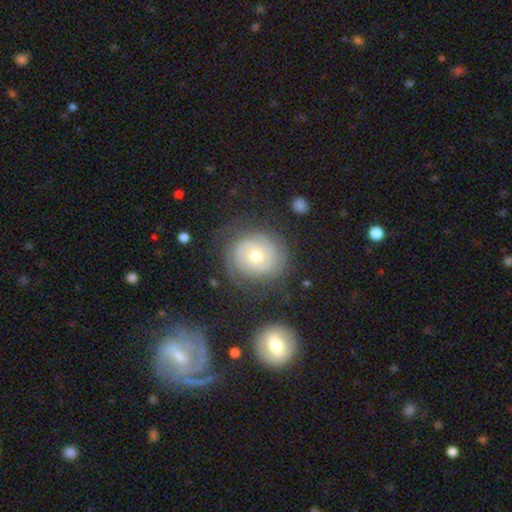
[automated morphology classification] Overall: featured or disk (67%). Edge-on disk: no (97%). Bar: no (76%). Spiral arms: yes (88%). Spiral arm count: 2 (50%; can't tell 28%). Spiral winding: tight (71%). Bulge size: moderate (68%). Merging: none (72%).